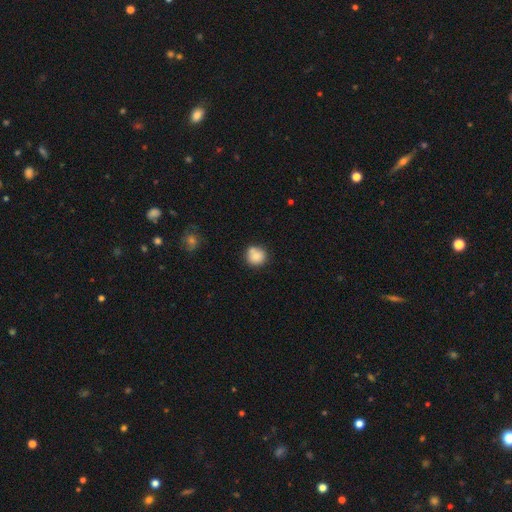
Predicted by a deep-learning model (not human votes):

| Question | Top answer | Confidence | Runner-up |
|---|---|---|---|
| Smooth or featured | smooth | 83% | star or artifact (9%) |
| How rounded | round | 89% | in between (10%) |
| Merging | none | 68% | minor disturbance (17%) |